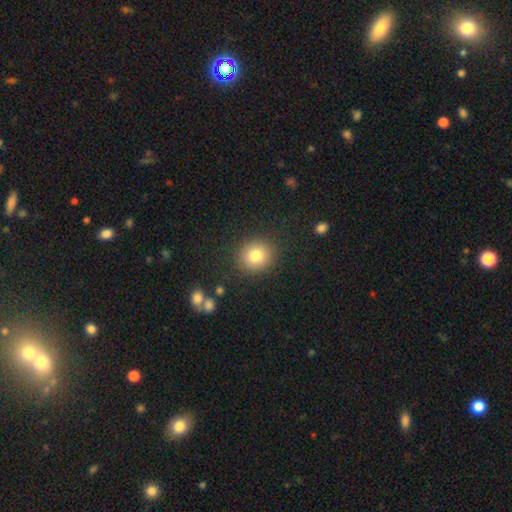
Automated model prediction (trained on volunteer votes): Smooth or featured: smooth — 80% (star or artifact — 11%)
How rounded: round — 82% (in between — 17%)
Merging: none — 88% (minor disturbance — 7%)